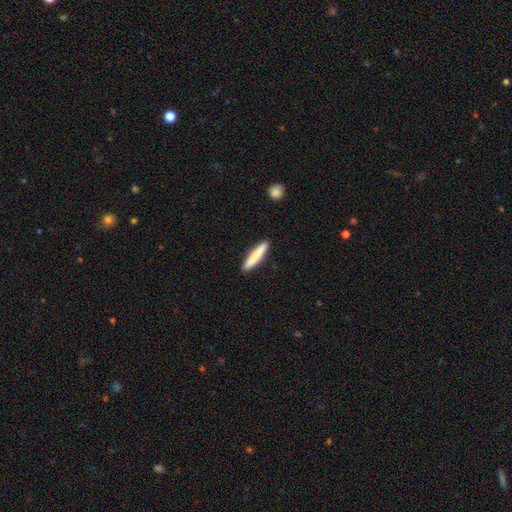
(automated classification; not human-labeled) Smooth or featured?
  - smooth: 81% *
  - featured or disk: 13%
  - star or artifact: 5%
How rounded?
  - cigar-shaped: 92% *
  - in between: 7%
  - round: 1%
Merging?
  - none: 91% *
  - minor disturbance: 6%
  - major disturbance: 1%
  - merger: 1%